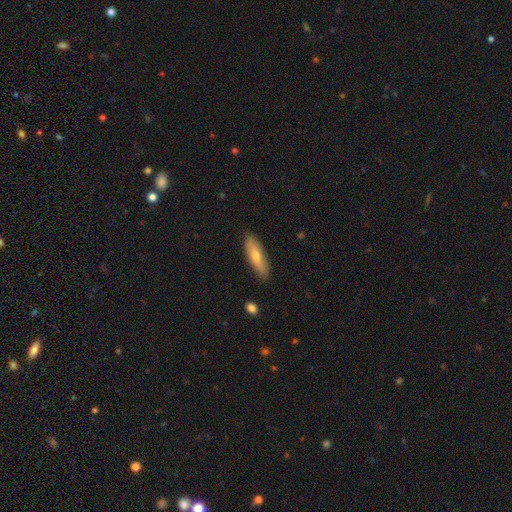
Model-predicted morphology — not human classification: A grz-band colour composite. It shows a smooth galaxy with no disk features (63%) that is cigar-shaped (64%). Merging: none (87%).